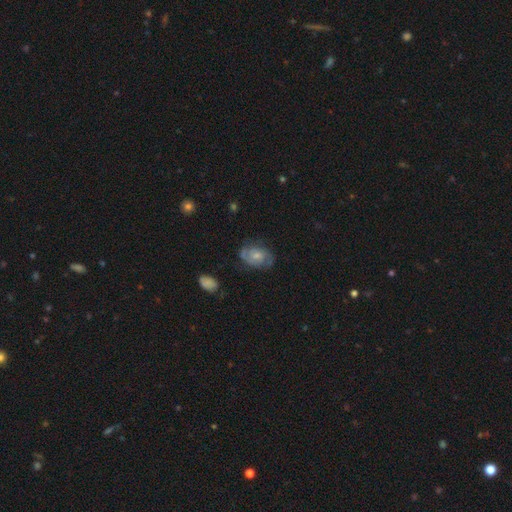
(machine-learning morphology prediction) type=featured or disk (63%); edge-on=no (96%); bar=no (65%); spiral arms=yes (84%); winding=tight (44%); arm count=2 (66%); bulge=small (46%); merging=none (66%).